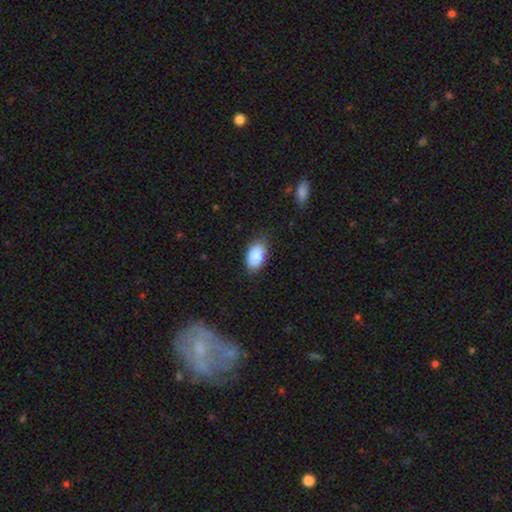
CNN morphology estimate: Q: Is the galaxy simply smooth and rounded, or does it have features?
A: smooth — 86%.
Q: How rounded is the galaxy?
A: in between — 93%.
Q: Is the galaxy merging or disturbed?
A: none — 80%.